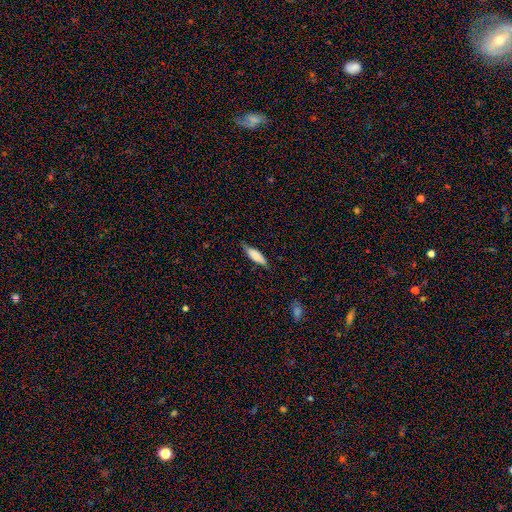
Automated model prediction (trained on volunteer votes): Smooth or featured: smooth — 78% (featured or disk — 15%)
How rounded: cigar-shaped — 51% (in between — 48%)
Merging: none — 75% (minor disturbance — 20%)